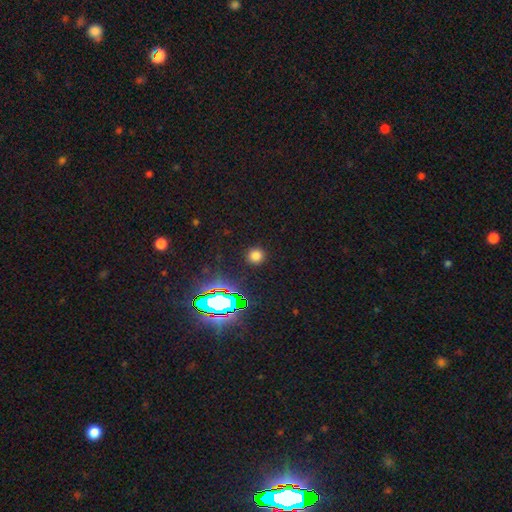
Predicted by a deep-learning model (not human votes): A smooth galaxy with no disk features (71%) that is round (93%). Merging: none (91%).